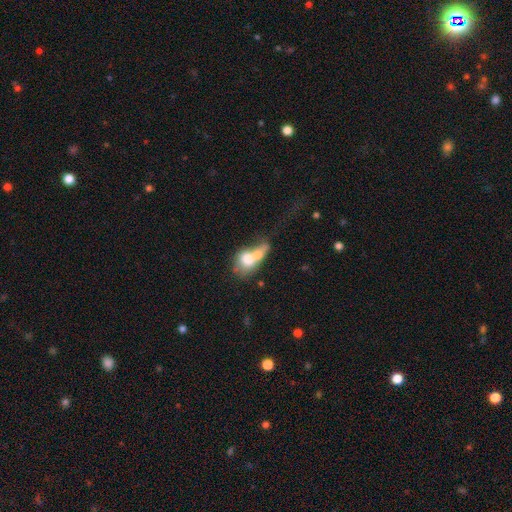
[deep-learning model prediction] This appears to be a smooth galaxy with no disk features (61%) that is in between round and cigar-shaped (58%). Merging: merger (64%).